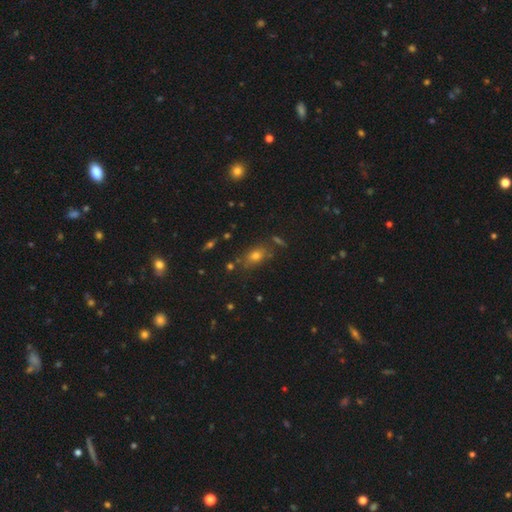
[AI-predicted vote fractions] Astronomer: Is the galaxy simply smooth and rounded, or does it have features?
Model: smooth — 65%.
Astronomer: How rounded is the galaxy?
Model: in between — 66%.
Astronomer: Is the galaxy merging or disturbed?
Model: none — 72%.